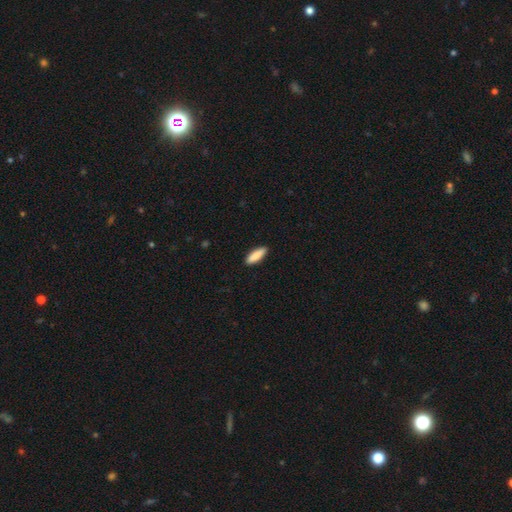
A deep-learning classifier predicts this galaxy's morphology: Overall: smooth (86%). How rounded: cigar-shaped (50%; in between 48%). Merging: none (90%).